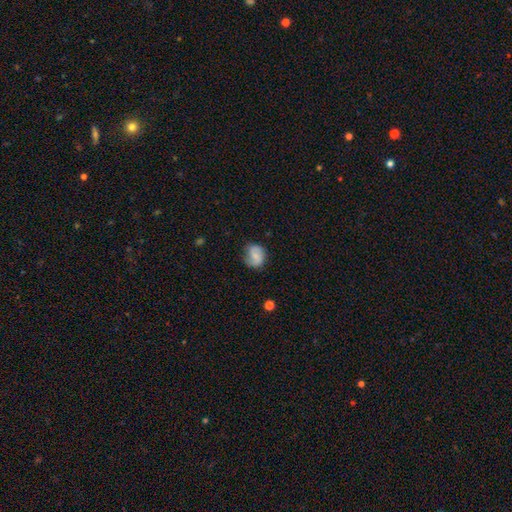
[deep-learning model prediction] smooth-or-featured: smooth: 52% | featured or disk: 40% | star or artifact: 8%
  how-rounded: round: 65% | in between: 34% | cigar-shaped: 1%
  merging: none: 65% | minor disturbance: 25% | major disturbance: 8% | merger: 2%